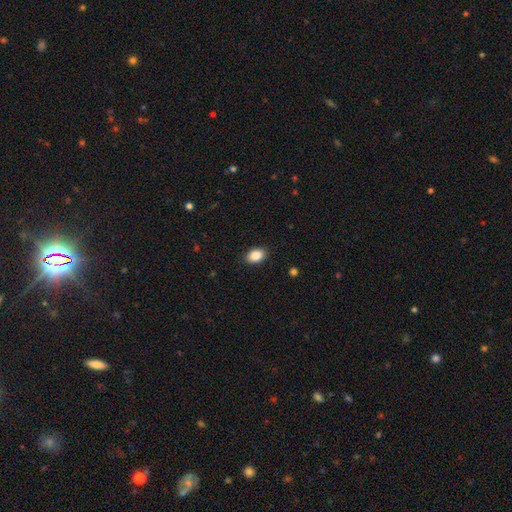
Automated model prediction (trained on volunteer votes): Smooth or featured?
  - smooth: 87% *
  - star or artifact: 8%
  - featured or disk: 5%
How rounded?
  - in between: 82% *
  - round: 17%
  - cigar-shaped: 1%
Merging?
  - none: 89% *
  - minor disturbance: 8%
  - major disturbance: 2%
  - merger: 1%